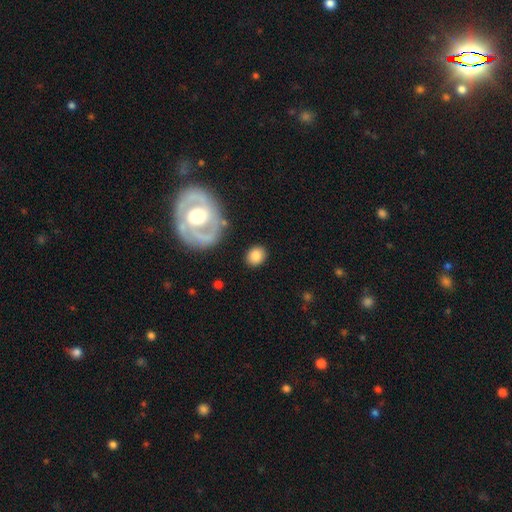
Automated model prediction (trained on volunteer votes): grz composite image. It shows a smooth galaxy with no disk features (80%) that is round (58%). Merging: none (85%).